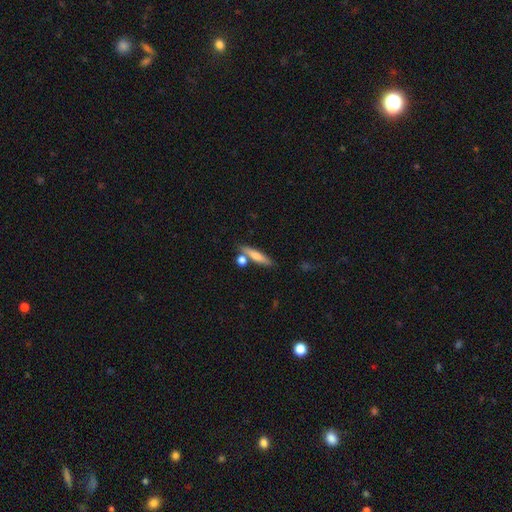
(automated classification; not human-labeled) A smooth galaxy with no disk features (70%) that is cigar-shaped (78%). Merging: none (71%).